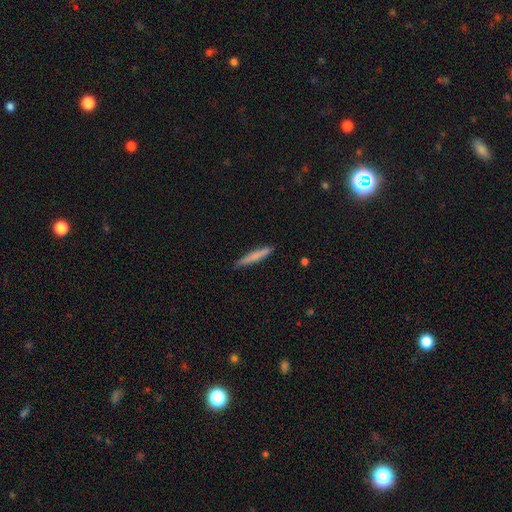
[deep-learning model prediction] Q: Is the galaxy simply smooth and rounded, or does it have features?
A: smooth — 73%.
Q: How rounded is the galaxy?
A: cigar-shaped — 95%.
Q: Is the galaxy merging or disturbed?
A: none — 87%.